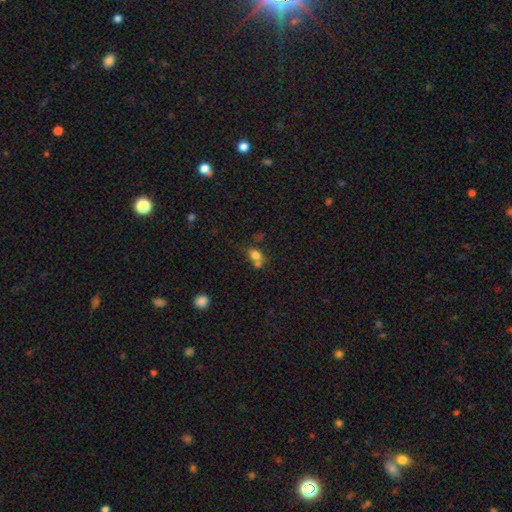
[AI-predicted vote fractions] Smooth or featured? smooth (74%)
How rounded? round (49%, tied with in between)
Merging? merger (46%)